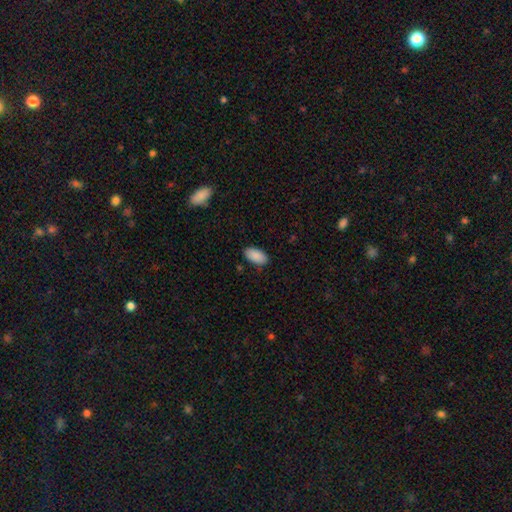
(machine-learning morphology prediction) A smooth galaxy with no disk features (90%) that is in between round and cigar-shaped (95%).

Vote fractions:
- Smooth or featured? smooth: 90% / star or artifact: 7% / featured or disk: 3%
- How rounded? in between: 95% / cigar-shaped: 3% / round: 2%
- Merging? none: 86% / minor disturbance: 11% / major disturbance: 2% / merger: 1%